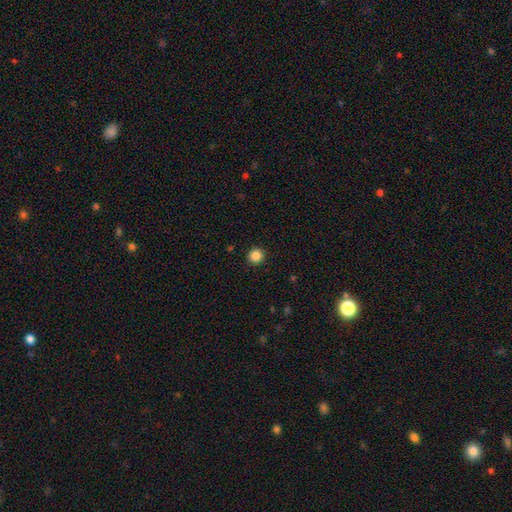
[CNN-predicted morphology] Smooth or featured? smooth (86%)
How rounded? round (94%)
Merging? none (93%)